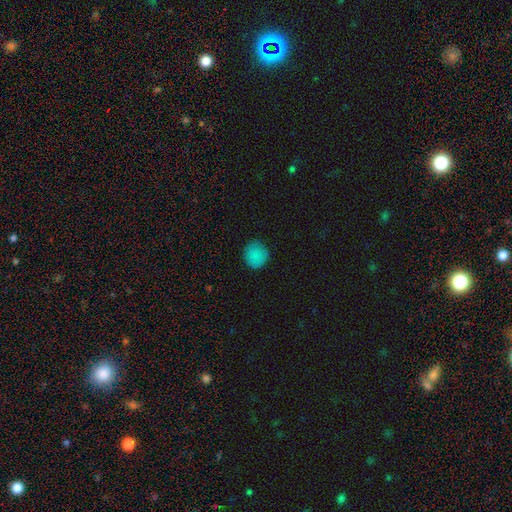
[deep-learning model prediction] Smooth or featured: smooth — 85% (star or artifact — 11%)
How rounded: round — 89% (in between — 10%)
Merging: none — 85% (minor disturbance — 12%)